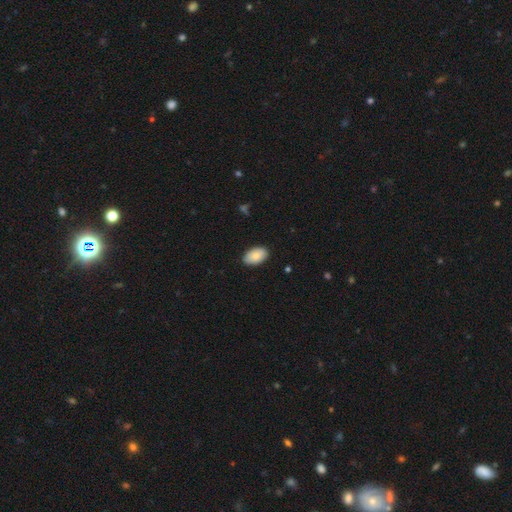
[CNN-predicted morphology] type=smooth (84%); roundness=in between (94%); merging=none (86%).